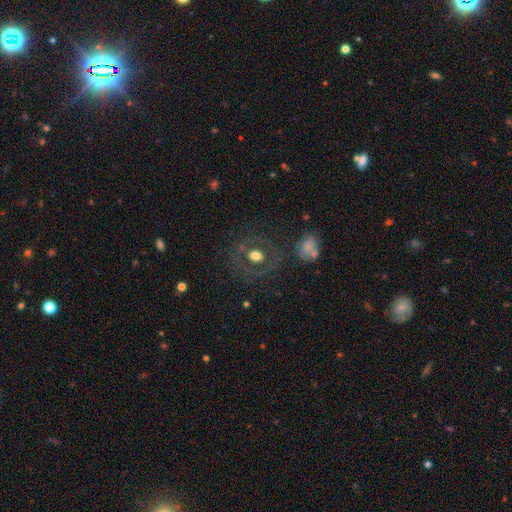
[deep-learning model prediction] Q: Smooth or featured?
A: smooth (50%); runner-up: featured or disk (40%)
Q: Merging?
A: none (77%); runner-up: minor disturbance (12%)